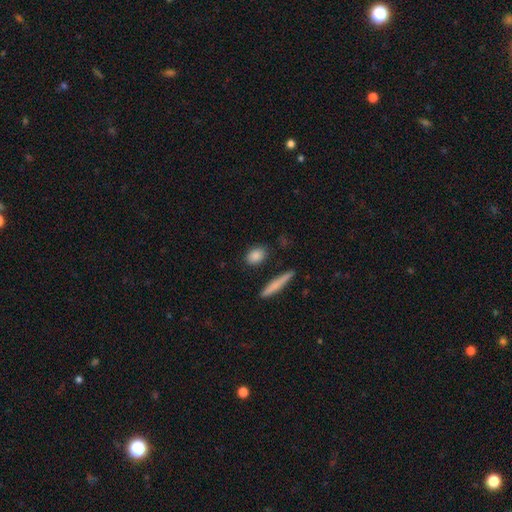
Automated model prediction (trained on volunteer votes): Smooth or featured: smooth — 86% (star or artifact — 7%)
How rounded: in between — 66% (round — 25%)
Merging: none — 84% (minor disturbance — 10%)